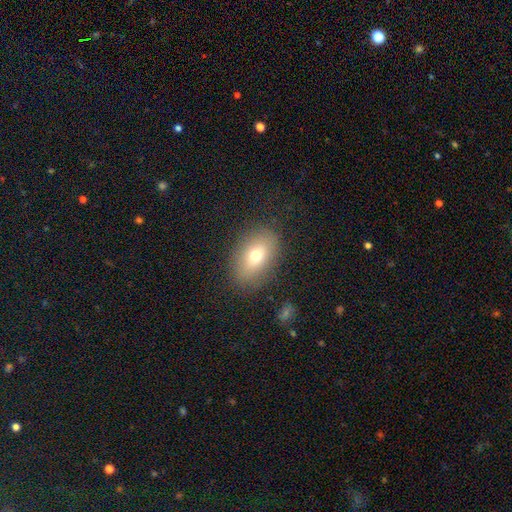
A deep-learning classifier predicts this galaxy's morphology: Q: Smooth or featured?
A: smooth (70%); runner-up: featured or disk (19%)
Q: How rounded?
A: in between (83%); runner-up: round (16%)
Q: Merging?
A: none (84%); runner-up: minor disturbance (11%)